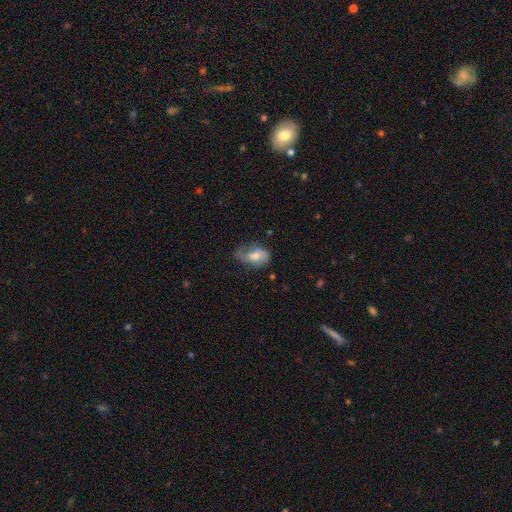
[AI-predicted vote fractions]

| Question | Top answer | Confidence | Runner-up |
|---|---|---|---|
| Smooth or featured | featured or disk | 47% | smooth (45%) |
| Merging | none | 41% | minor disturbance (34%) |